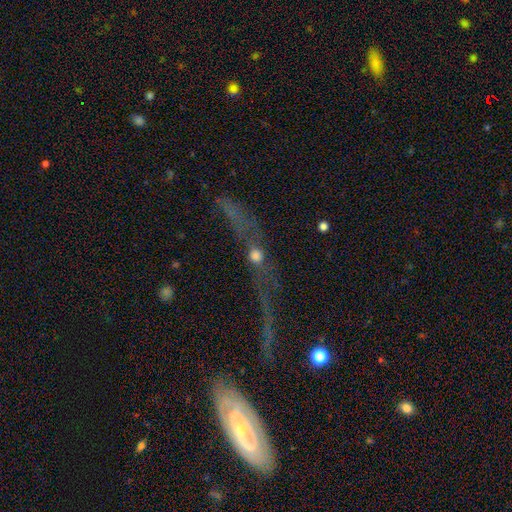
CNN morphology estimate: Q: Smooth or featured?
A: featured or disk (51%); runner-up: smooth (30%)
Q: Edge-on disk?
A: yes (61%); runner-up: no (39%)
Q: Merging?
A: none (48%); runner-up: major disturbance (25%)